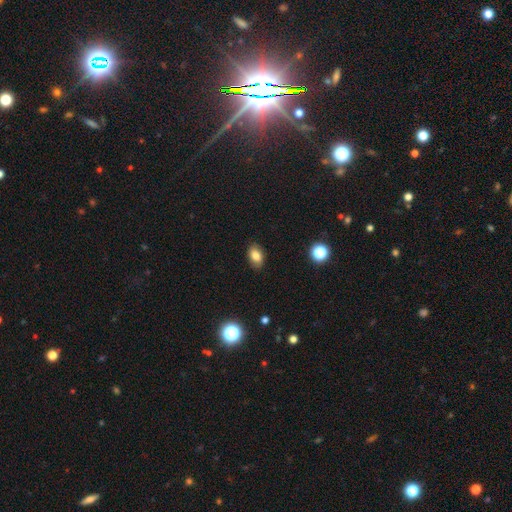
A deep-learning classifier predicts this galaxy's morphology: Overall: smooth (82%). How rounded: in between (85%). Merging: none (86%).